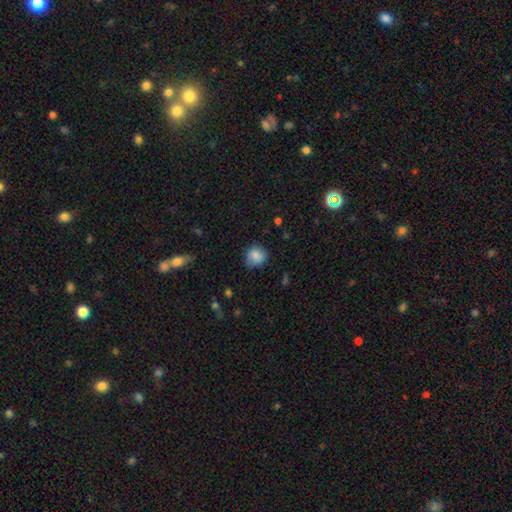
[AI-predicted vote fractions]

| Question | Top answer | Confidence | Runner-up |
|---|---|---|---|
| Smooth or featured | smooth | 82% | featured or disk (9%) |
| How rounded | round | 78% | in between (21%) |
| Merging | none | 71% | minor disturbance (23%) |